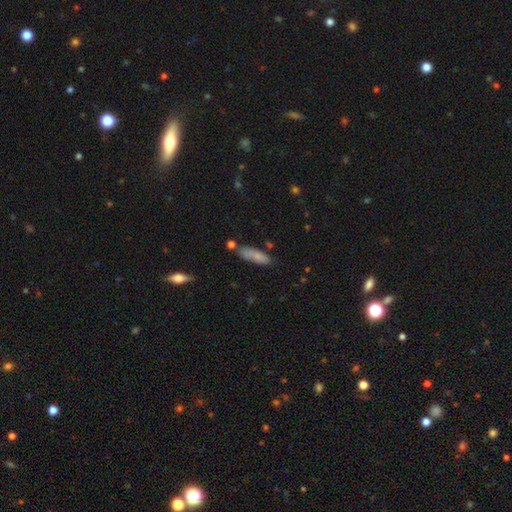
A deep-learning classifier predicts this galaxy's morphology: A smooth galaxy with no disk features (77%) that is cigar-shaped (53%). Merging: none (66%).